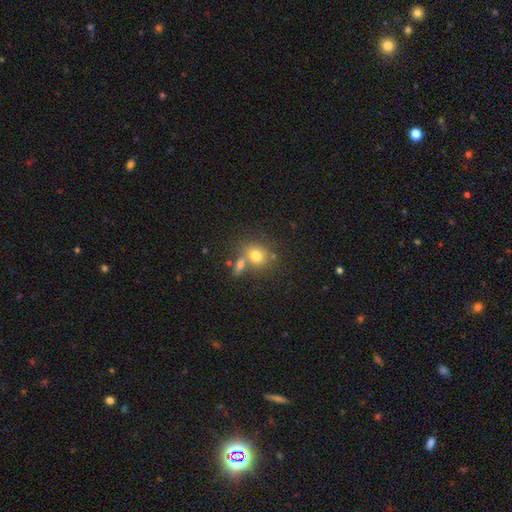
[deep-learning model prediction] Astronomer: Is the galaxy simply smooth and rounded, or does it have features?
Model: smooth — 75%.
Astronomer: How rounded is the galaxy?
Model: round — 67%.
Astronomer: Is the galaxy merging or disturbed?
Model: none — 52% (runner-up: merger, 33%).